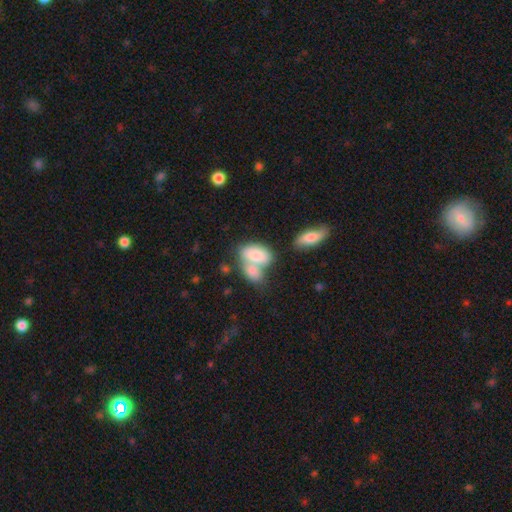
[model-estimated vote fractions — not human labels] Smooth or featured? Predicted: smooth (p=0.80). How rounded? Predicted: in between (p=0.92). Merging? Predicted: merger (p=0.62).